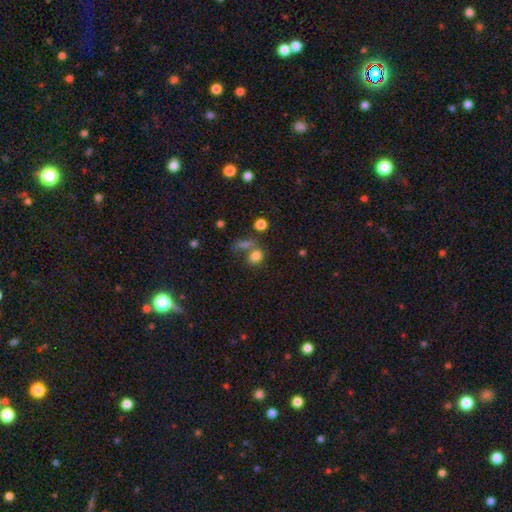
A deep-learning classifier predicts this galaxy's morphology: Smooth or featured? smooth (77%)
How rounded? in between (58%)
Merging? none (46%)